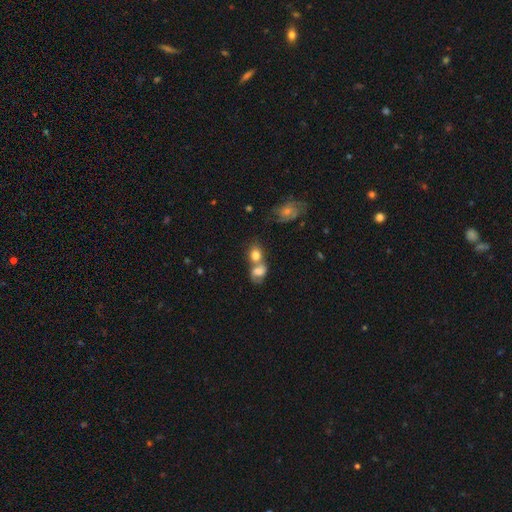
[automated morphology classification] The model was most divided on "how rounded": in between: 52%, round: 46%, cigar-shaped: 2%. More confident: smooth or featured — smooth (69%); merging — merger (59%).